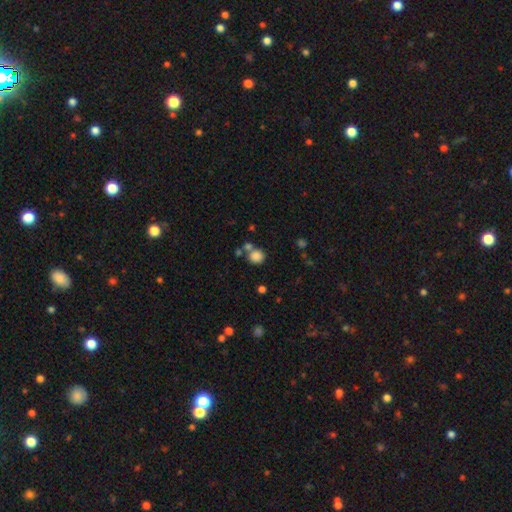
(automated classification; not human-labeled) Smooth or featured: smooth — 83% (star or artifact — 11%)
How rounded: round — 85% (in between — 14%)
Merging: none — 58% (merger — 26%)